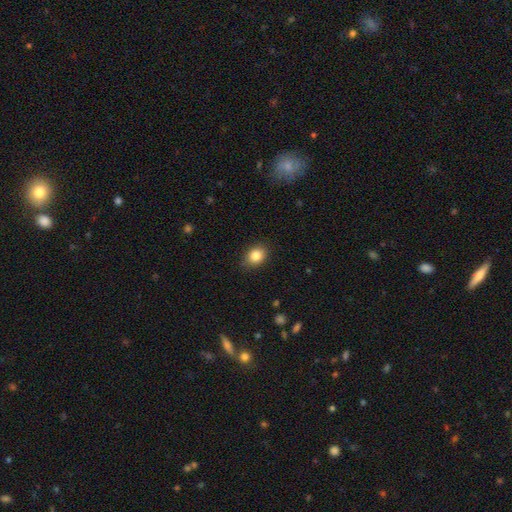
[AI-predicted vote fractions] Smooth or featured?
  - smooth: 85% *
  - star or artifact: 9%
  - featured or disk: 6%
How rounded?
  - in between: 56% *
  - round: 43%
  - cigar-shaped: 1%
Merging?
  - none: 84% *
  - minor disturbance: 12%
  - major disturbance: 3%
  - merger: 1%